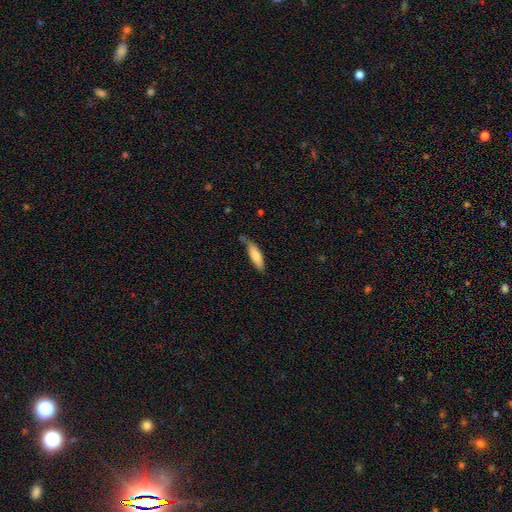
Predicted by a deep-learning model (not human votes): A smooth galaxy with no disk features (76%) that is cigar-shaped (58%). Merging: none (60%).